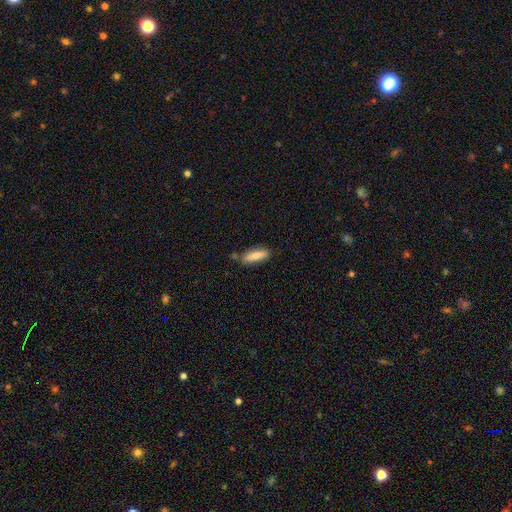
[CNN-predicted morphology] A smooth galaxy with no disk features (78%) that is in between round and cigar-shaped (49%, tied with cigar-shaped). Merging: none (73%).